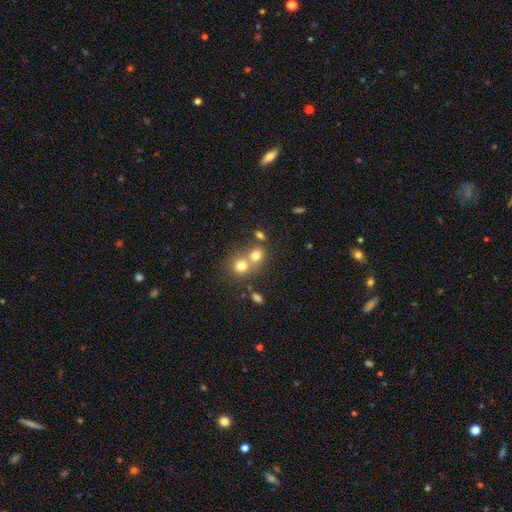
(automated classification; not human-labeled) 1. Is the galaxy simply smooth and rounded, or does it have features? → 74% smooth, 14% star or artifact, 12% featured or disk.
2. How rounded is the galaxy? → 73% round, 26% in between, 1% cigar-shaped.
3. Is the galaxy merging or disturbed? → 52% merger, 39% none, 6% minor disturbance, 3% major disturbance.